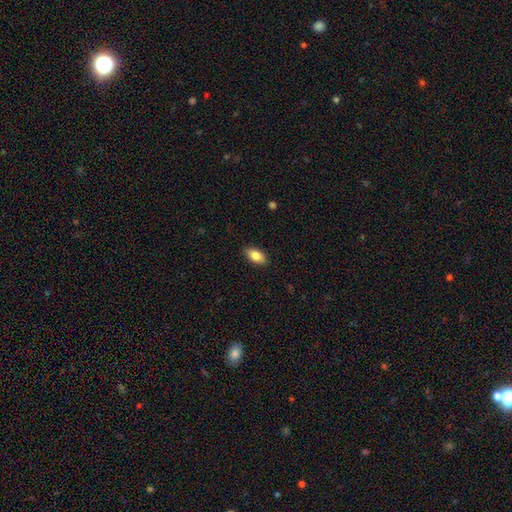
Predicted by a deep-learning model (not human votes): A smooth galaxy with no disk features (82%) that is in between round and cigar-shaped (90%). Merging: none (89%).